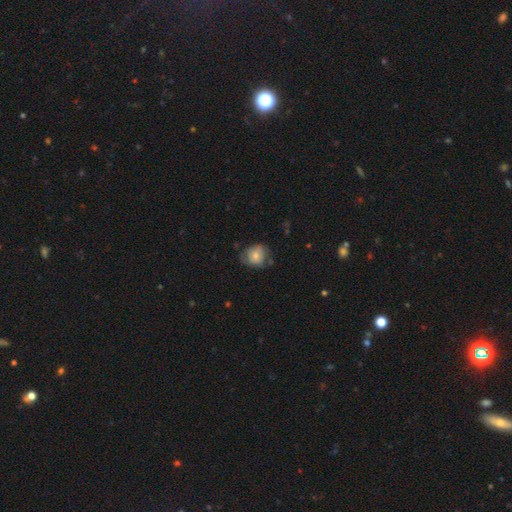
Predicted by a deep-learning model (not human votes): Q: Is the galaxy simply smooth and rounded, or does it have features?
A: smooth — 65%.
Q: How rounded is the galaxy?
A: round — 71%.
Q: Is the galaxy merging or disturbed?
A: none — 56%.